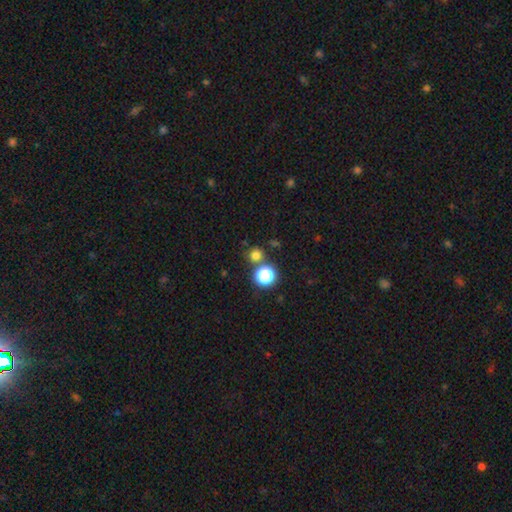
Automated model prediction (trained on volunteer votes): Smooth or featured?
  - smooth: 73% *
  - star or artifact: 21%
  - featured or disk: 6%
How rounded?
  - round: 90% *
  - in between: 9%
  - cigar-shaped: 1%
Merging?
  - none: 74% *
  - merger: 15%
  - minor disturbance: 8%
  - major disturbance: 3%